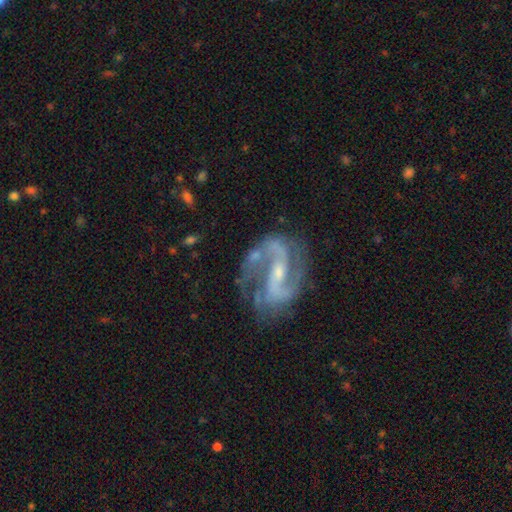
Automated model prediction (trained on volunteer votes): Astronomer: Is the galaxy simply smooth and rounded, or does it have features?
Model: featured or disk — 91%.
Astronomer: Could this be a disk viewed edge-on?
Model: no — 98%.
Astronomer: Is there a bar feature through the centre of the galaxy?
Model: weak — 47% (runner-up: no, 27%).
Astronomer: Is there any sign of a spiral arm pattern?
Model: yes — 97%.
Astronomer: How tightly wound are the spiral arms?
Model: medium — 58%.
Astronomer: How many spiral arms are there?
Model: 2 — 87%.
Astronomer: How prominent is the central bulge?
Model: small — 63%.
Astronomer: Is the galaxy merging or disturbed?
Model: none — 60%.